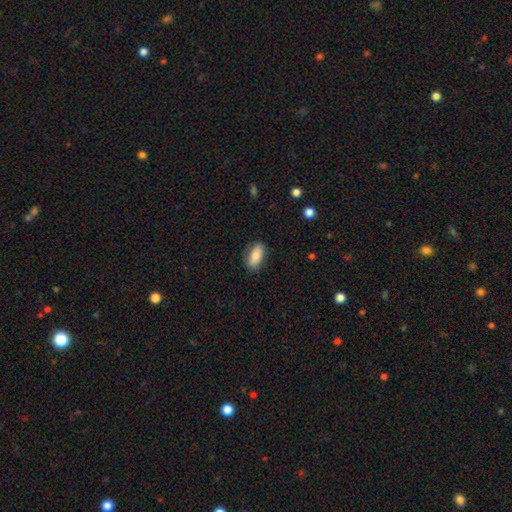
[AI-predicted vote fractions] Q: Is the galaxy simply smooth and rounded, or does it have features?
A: smooth — 82%.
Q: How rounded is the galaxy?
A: in between — 88%.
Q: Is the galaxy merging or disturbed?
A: none — 80%.